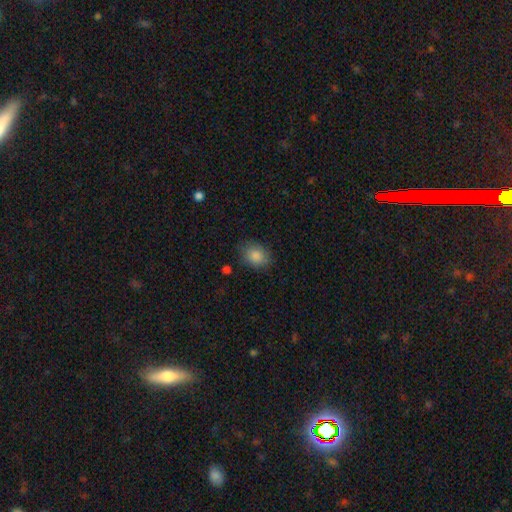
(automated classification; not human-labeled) Smooth or featured? smooth (85%)
How rounded? in between (53%)
Merging? none (81%)